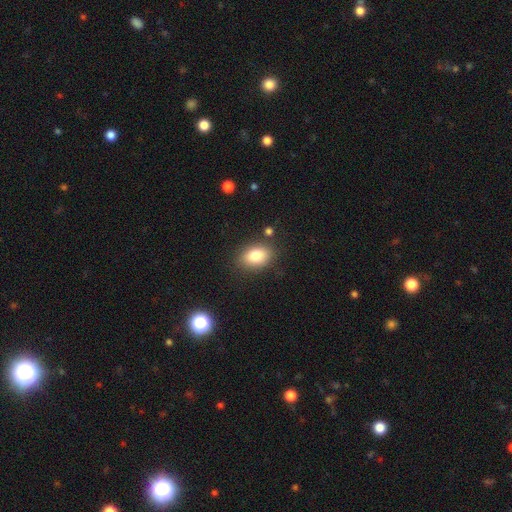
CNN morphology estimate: Smooth or featured?
  - smooth: 81% *
  - featured or disk: 10%
  - star or artifact: 9%
How rounded?
  - in between: 78% *
  - round: 20%
  - cigar-shaped: 1%
Merging?
  - none: 83% *
  - minor disturbance: 11%
  - merger: 3%
  - major disturbance: 3%